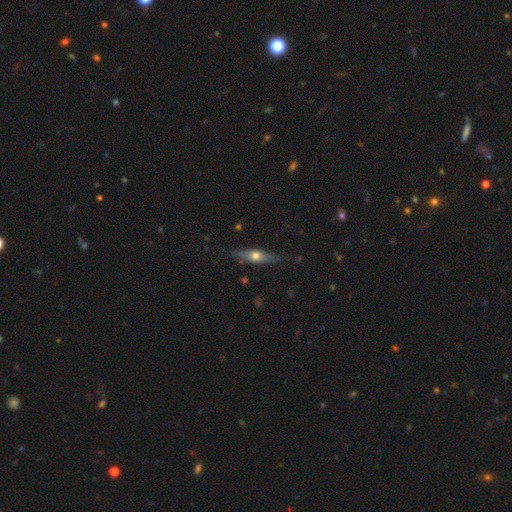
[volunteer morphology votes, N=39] This is possibly a featured or disk galaxy (56%). It is clearly viewed edge-on (86%). Edge-on bulge: clearly rounded (100%). Merging: clearly none (86%).